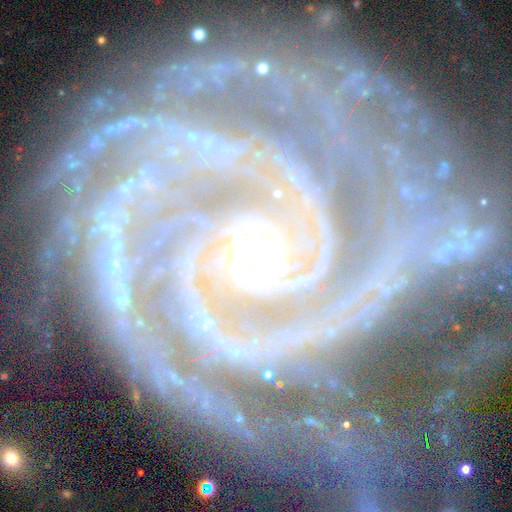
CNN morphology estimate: A featured or disk galaxy (93%) with no bar (54%), 2 (23%) tight (73%) spiral arms (99%) and a small central bulge (64%).

Vote fractions:
- Smooth or featured? featured or disk: 93% / star or artifact: 5% / smooth: 3%
- Edge-on disk? no: 98% / yes: 2%
- Bar? no: 54% / weak: 27% / strong: 18%
- Spiral arms? yes: 99% / no: 1%
- Spiral winding? tight: 73% / medium: 22% / loose: 5%
- Spiral arm count? 2: 23% / 3: 22% / 4: 17% / can't tell: 15% / more than 4: 13% / 1: 11%
- Bulge size? small: 64% / moderate: 30% / large: 2% / none: 2% / dominant: 1%
- Merging? none: 63% / minor disturbance: 19% / major disturbance: 15% / merger: 4%